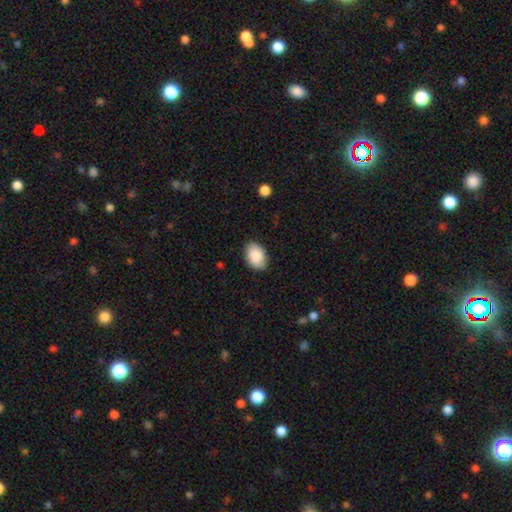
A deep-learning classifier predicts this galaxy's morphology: Smooth or featured? smooth (90%)
How rounded? in between (88%)
Merging? none (86%)